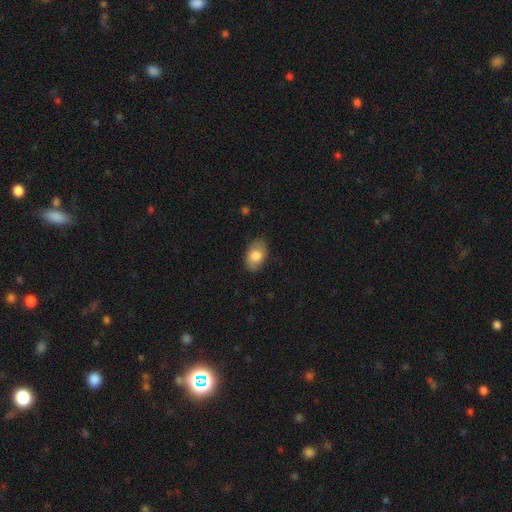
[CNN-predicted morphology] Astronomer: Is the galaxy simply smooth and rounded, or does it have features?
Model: smooth — 75%.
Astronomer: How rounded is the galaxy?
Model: in between — 89%.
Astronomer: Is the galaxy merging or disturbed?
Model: none — 80%.